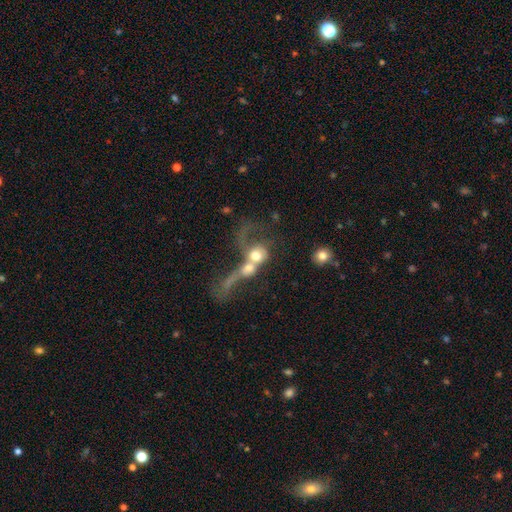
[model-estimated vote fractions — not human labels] smooth 49%, featured or disk 40%, star or artifact 10%. Down the decision tree: merging — merger (76%).